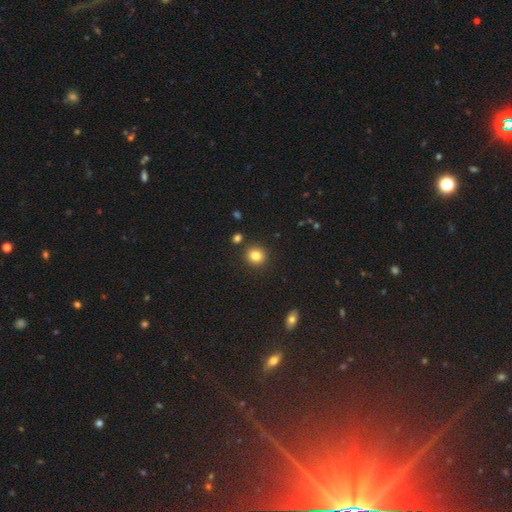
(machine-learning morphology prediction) The model was most divided on "smooth or featured": smooth: 83%, star or artifact: 11%, featured or disk: 6%. More confident: merging — none (88%); how rounded — round (86%).